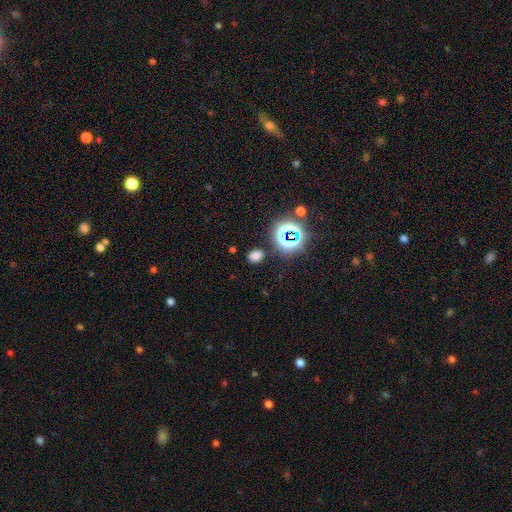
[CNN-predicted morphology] type=smooth (68%); roundness=in between (56%); merging=none (84%).